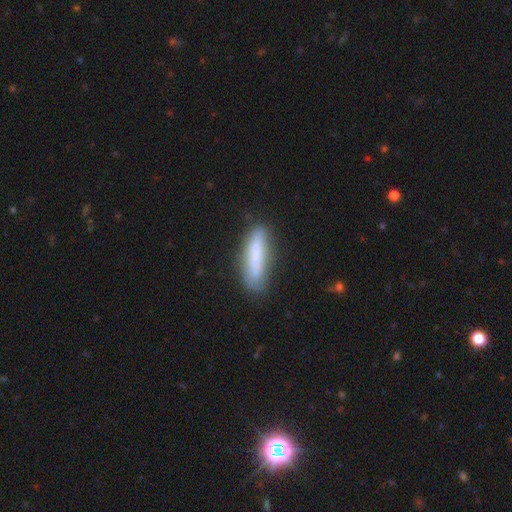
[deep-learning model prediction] smooth 75%, featured or disk 18%, star or artifact 7%. Down the decision tree: how rounded — cigar-shaped (81%); merging — none (76%).